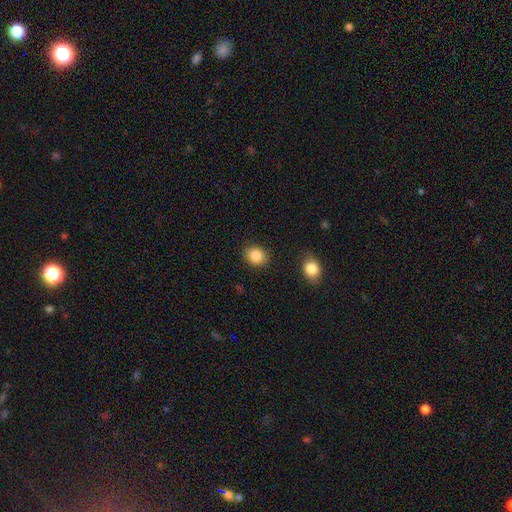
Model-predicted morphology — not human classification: A smooth galaxy with no disk features (86%) that is round (64%).

Vote fractions:
- Smooth or featured? smooth: 86% / star or artifact: 9% / featured or disk: 5%
- How rounded? round: 64% / in between: 35% / cigar-shaped: 1%
- Merging? none: 85% / minor disturbance: 10% / major disturbance: 3% / merger: 2%